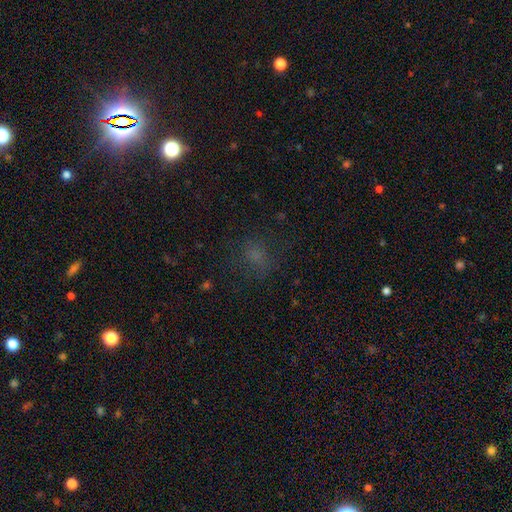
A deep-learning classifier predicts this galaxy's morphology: Smooth or featured: smooth — 60% (star or artifact — 28%)
How rounded: round — 60% (in between — 38%)
Merging: none — 69% (minor disturbance — 16%)